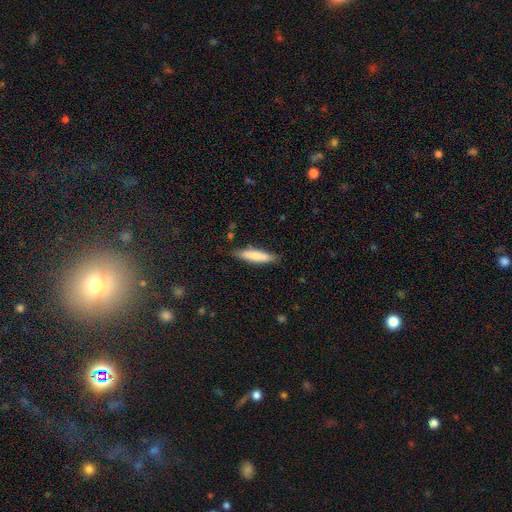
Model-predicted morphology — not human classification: type=smooth (77%); roundness=cigar-shaped (81%); merging=none (84%).